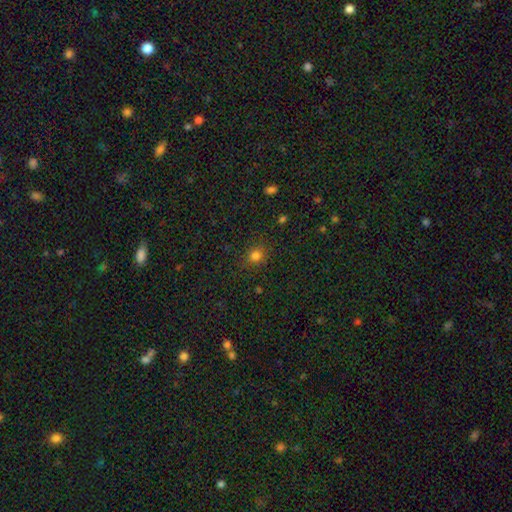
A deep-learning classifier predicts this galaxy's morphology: smooth-or-featured: smooth: 79% | star or artifact: 16% | featured or disk: 5%
  how-rounded: round: 77% | in between: 22% | cigar-shaped: 1%
  merging: none: 86% | minor disturbance: 10% | major disturbance: 3% | merger: 1%